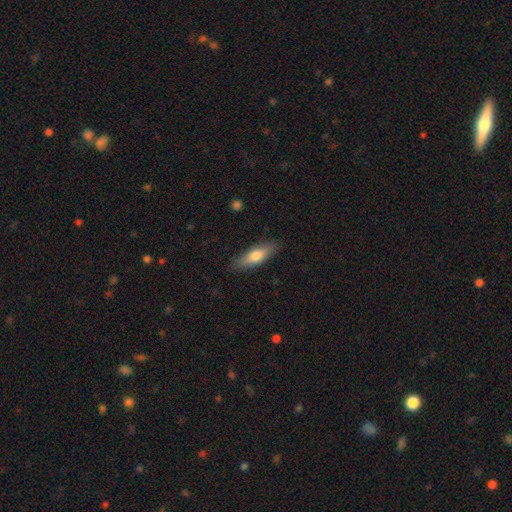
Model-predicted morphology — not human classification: Smooth or featured?
  - smooth: 69% *
  - featured or disk: 26%
  - star or artifact: 6%
How rounded?
  - in between: 49% *
  - cigar-shaped: 48%
  - round: 2%
Merging?
  - none: 86% *
  - minor disturbance: 11%
  - major disturbance: 2%
  - merger: 1%